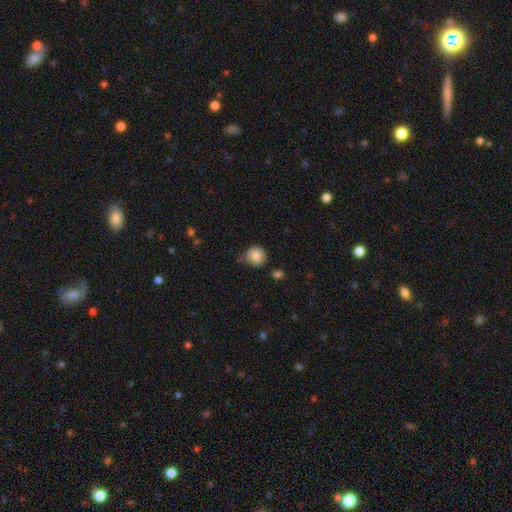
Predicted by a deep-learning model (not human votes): A smooth galaxy with no disk features (81%) that is round (76%).

Vote fractions:
- Smooth or featured? smooth: 81% / featured or disk: 10% / star or artifact: 9%
- How rounded? round: 76% / in between: 23% / cigar-shaped: 1%
- Merging? none: 56% / minor disturbance: 31% / major disturbance: 9% / merger: 5%